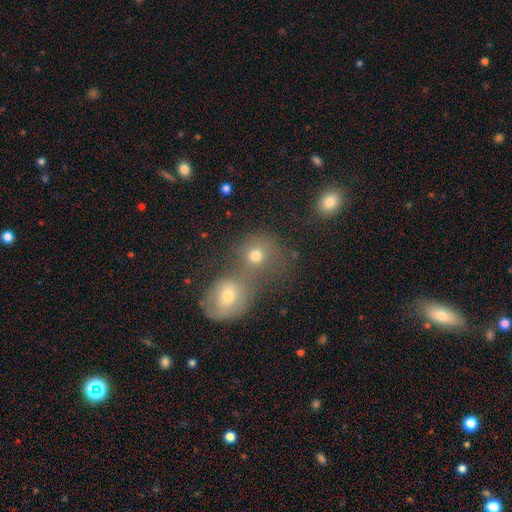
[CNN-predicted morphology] The model was most divided on "merging": merger: 58%, none: 31%, minor disturbance: 7%, major disturbance: 4%. More confident: how rounded — round (75%); smooth or featured — smooth (71%).